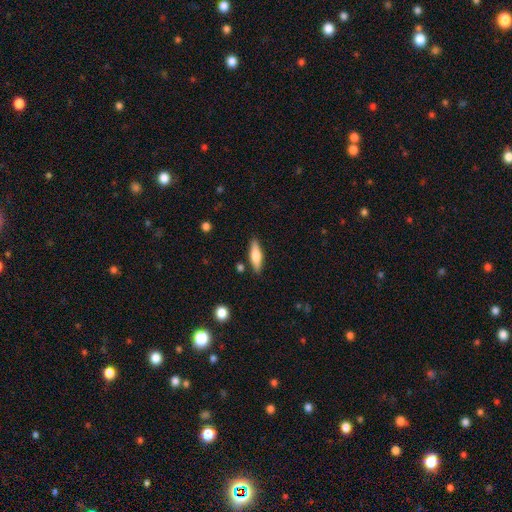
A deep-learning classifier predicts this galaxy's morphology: smooth 61%, featured or disk 33%, star or artifact 6%. Down the decision tree: how rounded — cigar-shaped (54%); merging — none (85%).